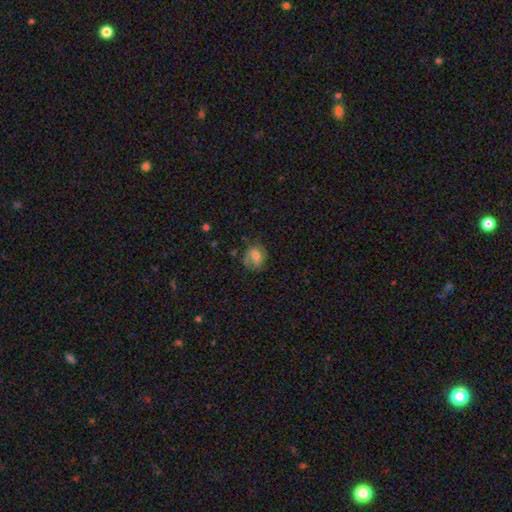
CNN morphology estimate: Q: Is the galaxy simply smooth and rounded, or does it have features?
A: smooth — 57%.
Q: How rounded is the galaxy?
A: round — 59%.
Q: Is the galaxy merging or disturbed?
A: none — 60%.